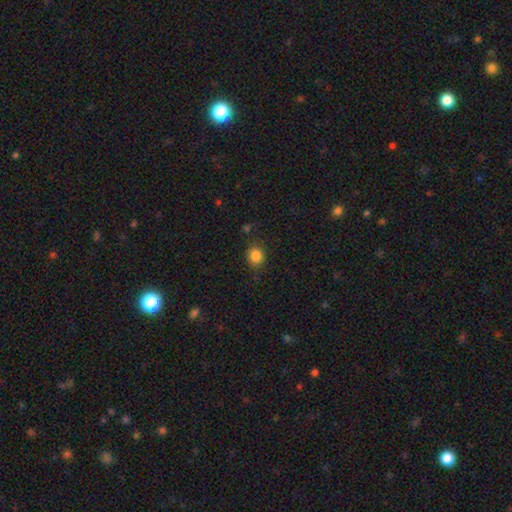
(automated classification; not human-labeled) Smooth or featured: smooth — 85% (star or artifact — 11%)
How rounded: round — 75% (in between — 24%)
Merging: none — 84% (minor disturbance — 11%)